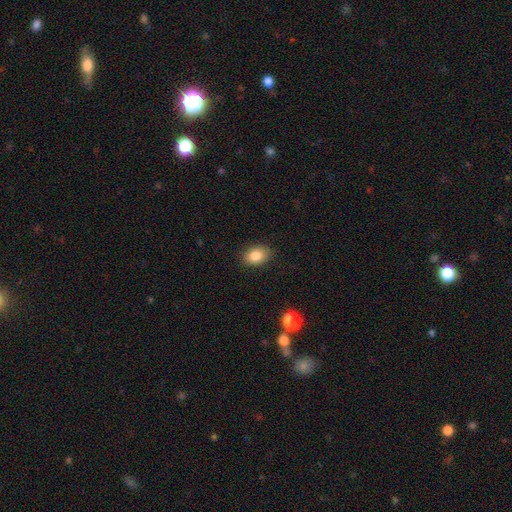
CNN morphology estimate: smooth-or-featured: smooth: 85% | star or artifact: 9% | featured or disk: 6%
  how-rounded: in between: 78% | round: 21% | cigar-shaped: 1%
  merging: none: 87% | minor disturbance: 10% | major disturbance: 2% | merger: 1%